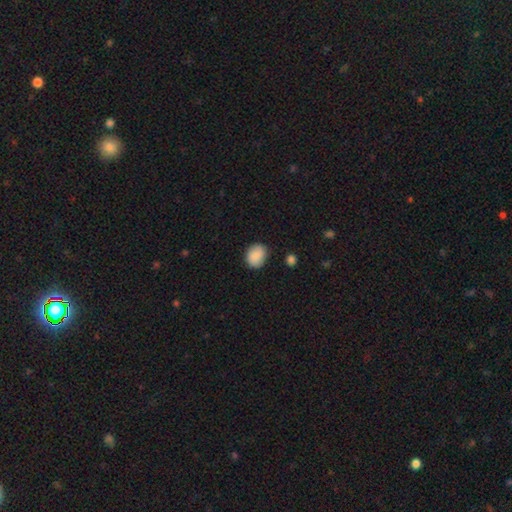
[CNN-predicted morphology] Smooth or featured: smooth — 87% (star or artifact — 7%)
How rounded: round — 55% (in between — 44%)
Merging: none — 82% (minor disturbance — 13%)